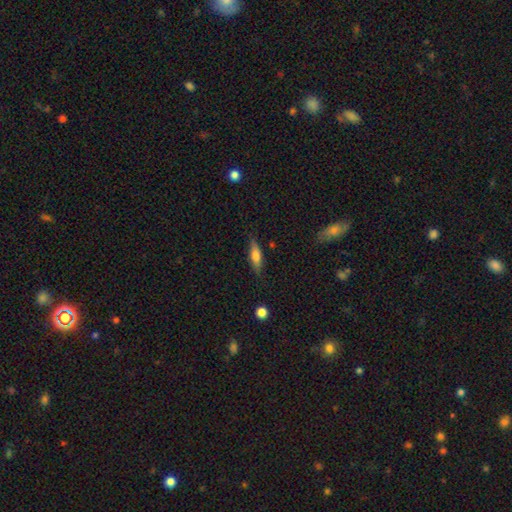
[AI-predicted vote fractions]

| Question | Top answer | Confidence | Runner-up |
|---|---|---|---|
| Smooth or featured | smooth | 57% | featured or disk (36%) |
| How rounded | cigar-shaped | 55% | in between (42%) |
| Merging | none | 79% | minor disturbance (15%) |